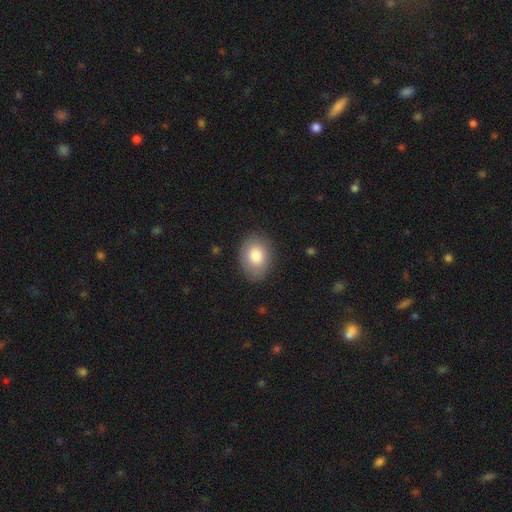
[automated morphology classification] type=smooth (82%); roundness=in between (68%); merging=none (84%).